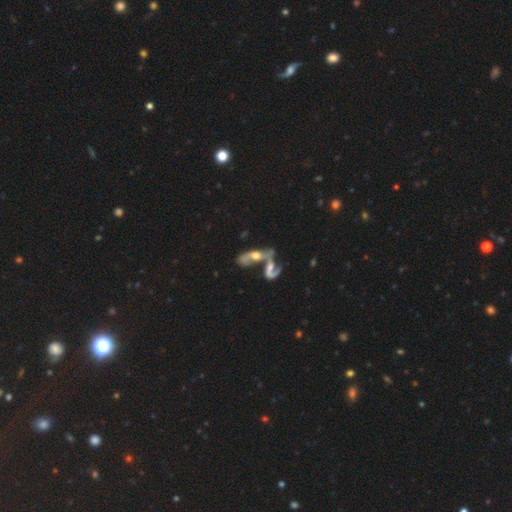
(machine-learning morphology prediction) This appears to be a star or artifact, not a galaxy (41%).